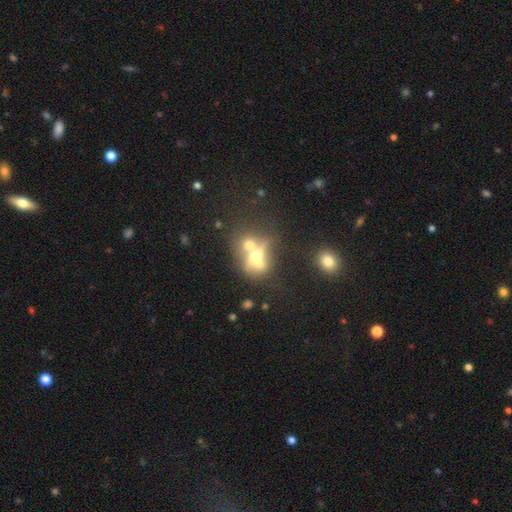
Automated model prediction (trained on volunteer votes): Smooth or featured? Predicted: smooth (p=0.49). Merging? Predicted: merger (p=0.63).